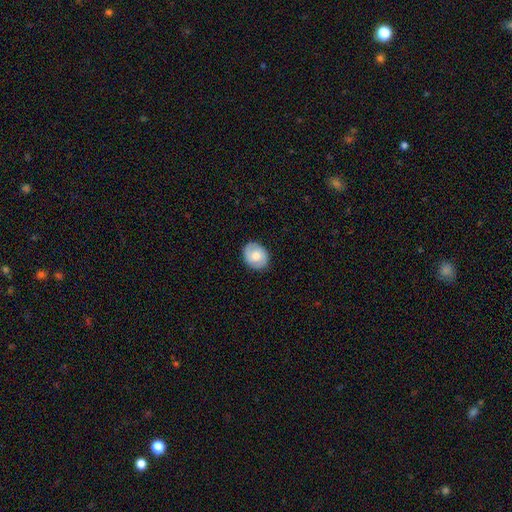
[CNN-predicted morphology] smooth-or-featured: smooth: 53% | featured or disk: 39% | star or artifact: 7%
  how-rounded: round: 51% | in between: 48% | cigar-shaped: 1%
  merging: none: 85% | minor disturbance: 11% | major disturbance: 3% | merger: 1%